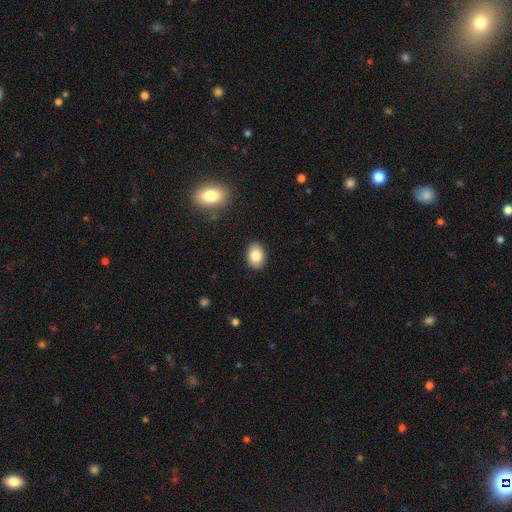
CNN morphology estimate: Smooth or featured? Predicted: smooth (p=0.82). How rounded? Predicted: in between (p=0.80). Merging? Predicted: none (p=0.88).